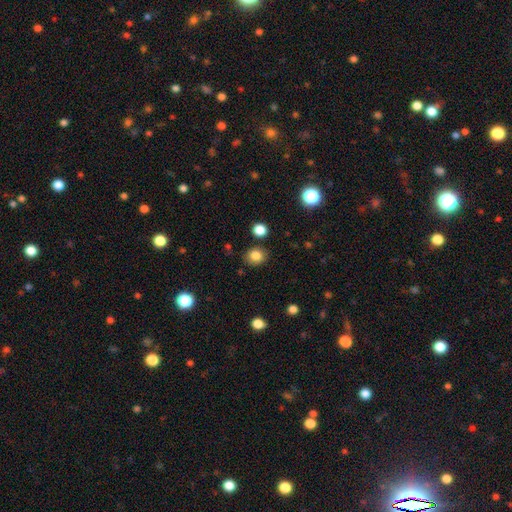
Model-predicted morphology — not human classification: A smooth galaxy with no disk features (83%) that is round (65%).

Vote fractions:
- Smooth or featured? smooth: 83% / star or artifact: 11% / featured or disk: 6%
- How rounded? round: 65% / in between: 35% / cigar-shaped: 1%
- Merging? none: 85% / minor disturbance: 10% / merger: 3% / major disturbance: 3%